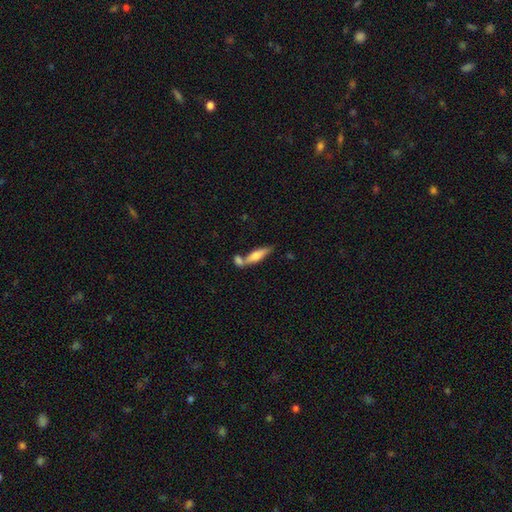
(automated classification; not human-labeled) smooth 59%, featured or disk 35%, star or artifact 6%. Down the decision tree: how rounded — cigar-shaped (63%); merging — none (46%).